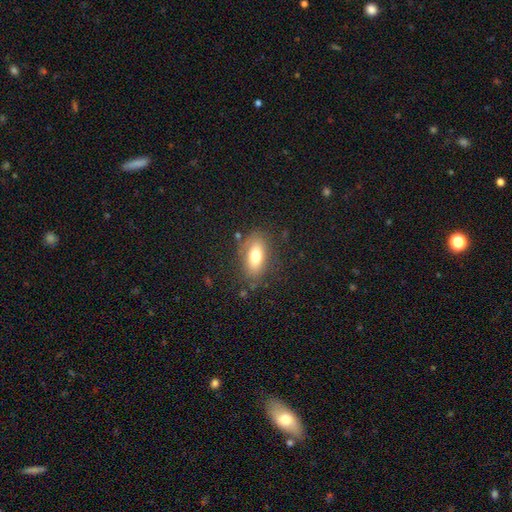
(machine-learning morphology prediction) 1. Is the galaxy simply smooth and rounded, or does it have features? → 72% smooth, 19% featured or disk, 9% star or artifact.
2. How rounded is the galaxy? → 85% in between, 9% cigar-shaped, 6% round.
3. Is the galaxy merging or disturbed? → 77% none, 15% minor disturbance, 6% major disturbance, 2% merger.